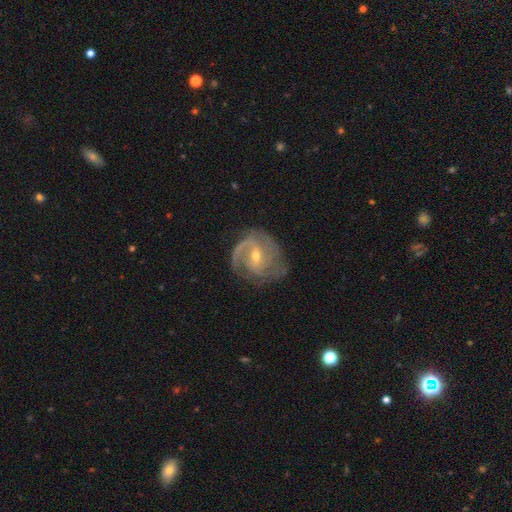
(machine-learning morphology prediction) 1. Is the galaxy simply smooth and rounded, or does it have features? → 88% featured or disk, 7% smooth, 5% star or artifact.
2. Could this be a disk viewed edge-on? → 97% no, 3% yes.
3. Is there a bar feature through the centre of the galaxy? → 50% weak, 28% no, 22% strong.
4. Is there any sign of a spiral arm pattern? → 96% yes, 4% no.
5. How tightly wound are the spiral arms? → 46% medium, 38% tight, 16% loose.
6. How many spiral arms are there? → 47% 2, 19% 3, 16% can't tell, 11% 1, 4% 4, 4% more than 4.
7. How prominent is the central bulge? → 53% small, 44% moderate, 1% large, 1% none, 1% dominant.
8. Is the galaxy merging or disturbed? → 66% none, 21% minor disturbance, 11% major disturbance, 2% merger.